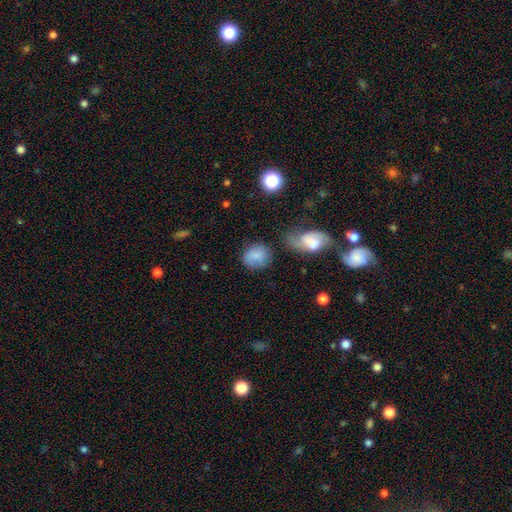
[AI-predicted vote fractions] A smooth galaxy with no disk features (79%) that is round (65%).

Vote fractions:
- Smooth or featured? smooth: 79% / featured or disk: 12% / star or artifact: 9%
- How rounded? round: 65% / in between: 34% / cigar-shaped: 1%
- Merging? none: 58% / minor disturbance: 22% / merger: 10% / major disturbance: 10%